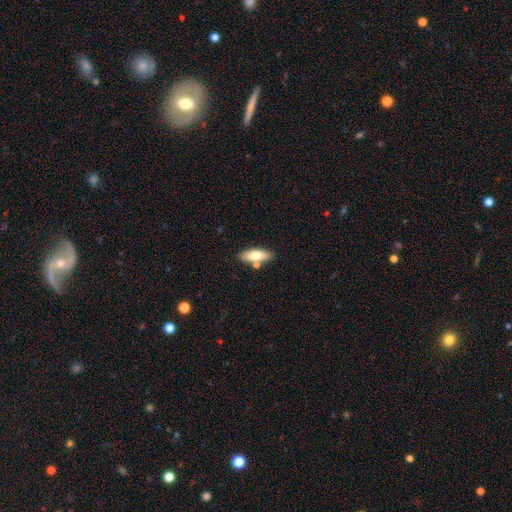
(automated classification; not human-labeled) This appears to be a smooth galaxy with no disk features (73%) that is in between round and cigar-shaped (67%). Merging: none (75%).